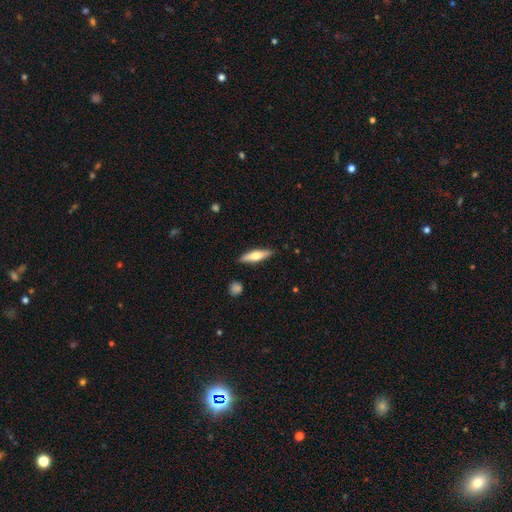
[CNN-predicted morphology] This appears to be a smooth galaxy with no disk features (55%) that is cigar-shaped (66%). Merging: none (87%).